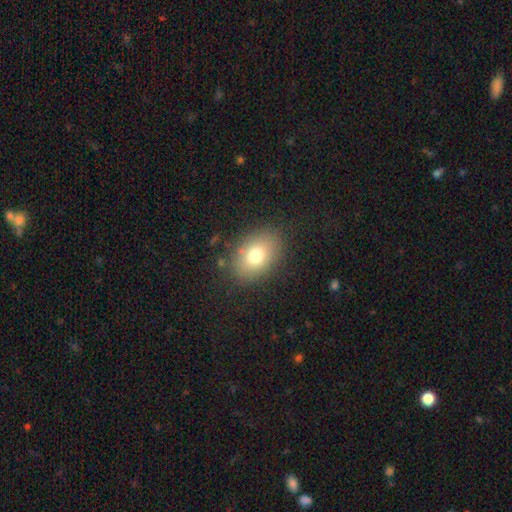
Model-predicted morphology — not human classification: smooth_or_featured: smooth (p=0.76) [alt: featured or disk p=0.13]
how_rounded: in between (p=0.76) [alt: round p=0.23]
merging: none (p=0.83) [alt: minor disturbance p=0.11]